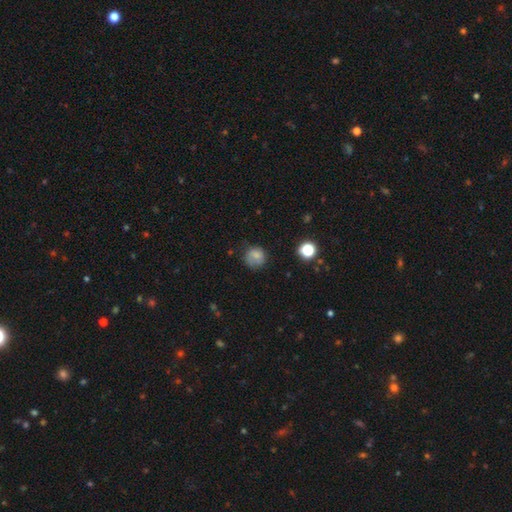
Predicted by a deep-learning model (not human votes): Smooth or featured? Predicted: smooth (p=0.74). How rounded? Predicted: round (p=0.82). Merging? Predicted: none (p=0.60).